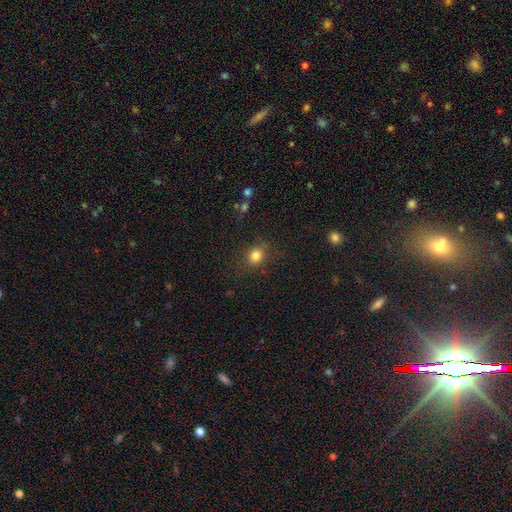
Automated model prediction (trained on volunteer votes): Smooth or featured?
  - smooth: 82% *
  - star or artifact: 12%
  - featured or disk: 6%
How rounded?
  - round: 73% *
  - in between: 26%
  - cigar-shaped: 1%
Merging?
  - none: 80% *
  - minor disturbance: 13%
  - major disturbance: 5%
  - merger: 2%